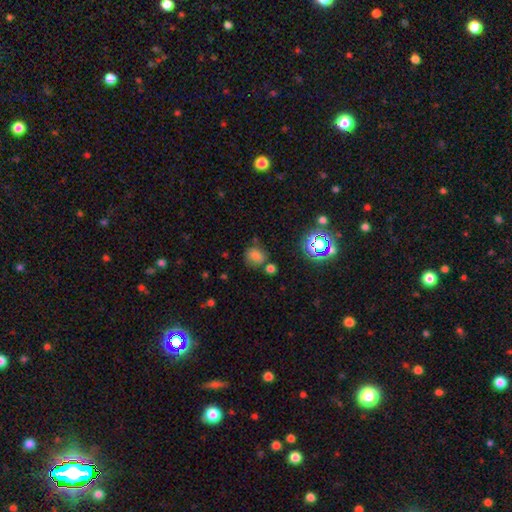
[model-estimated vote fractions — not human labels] Overall: smooth (69%). How rounded: round (56%; in between 43%). Merging: none (64%).